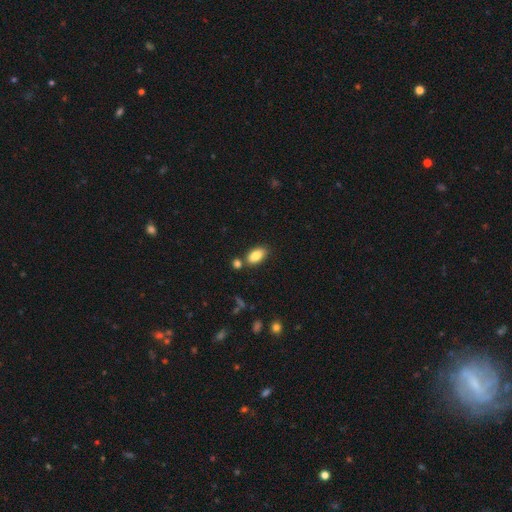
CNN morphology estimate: Overall: smooth (85%). How rounded: in between (92%). Merging: none (72%).